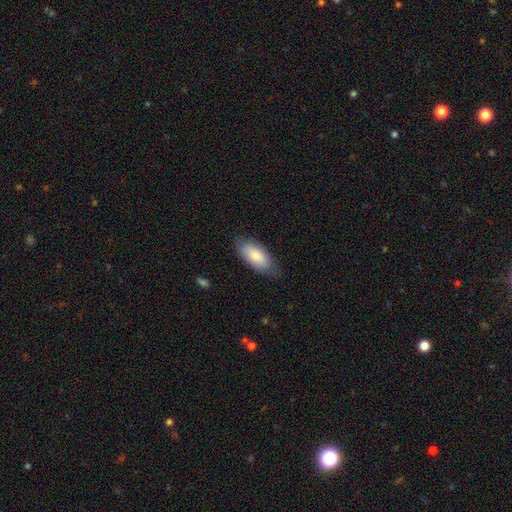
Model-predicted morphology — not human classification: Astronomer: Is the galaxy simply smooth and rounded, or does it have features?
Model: smooth — 80%.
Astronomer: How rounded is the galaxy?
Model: in between — 88%.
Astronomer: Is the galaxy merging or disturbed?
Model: none — 77%.